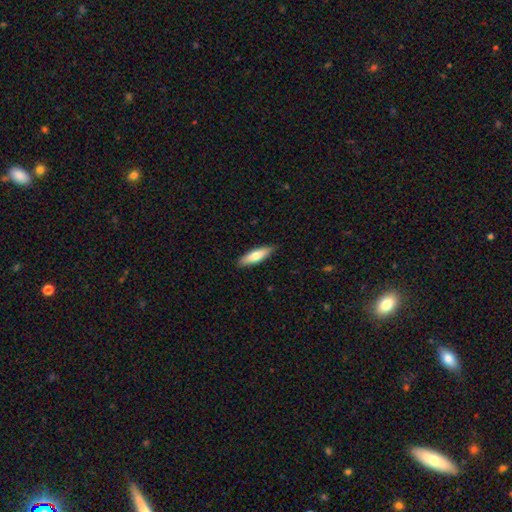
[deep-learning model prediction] Smooth or featured? smooth (72%)
How rounded? cigar-shaped (61%)
Merging? none (88%)